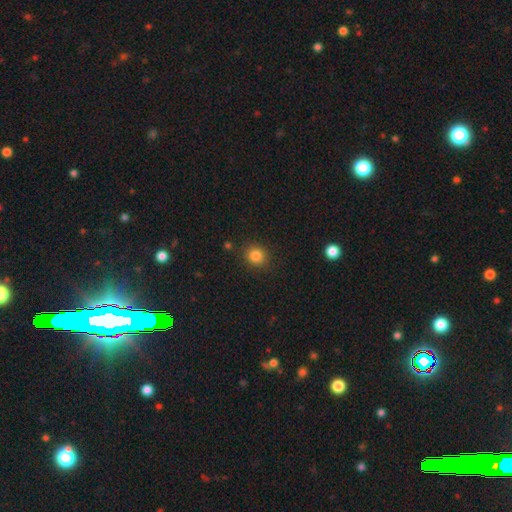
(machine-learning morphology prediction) smooth 83%, star or artifact 12%, featured or disk 5%. Down the decision tree: how rounded — round (84%); merging — none (88%).